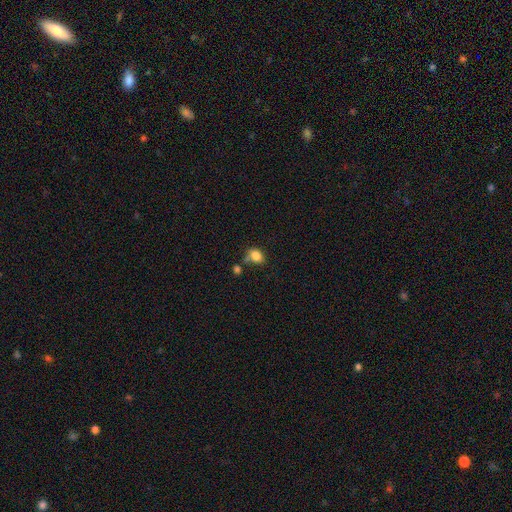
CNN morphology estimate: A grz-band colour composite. It shows a smooth galaxy with no disk features (82%) that is in between round and cigar-shaped (71%). Merging: none (52%).